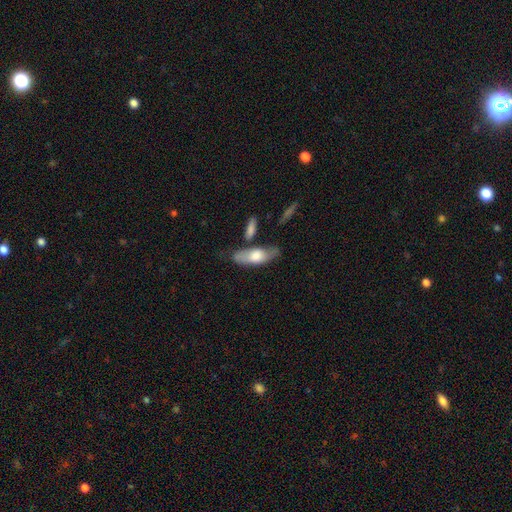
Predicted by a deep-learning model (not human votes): This appears to be a smooth galaxy with no disk features (59%) that is in between round and cigar-shaped (69%). Merging: none (63%).